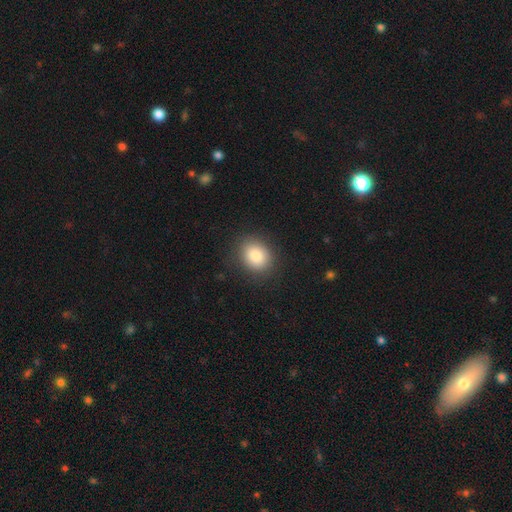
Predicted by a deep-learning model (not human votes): smooth_or_featured: smooth (p=0.84) [alt: star or artifact p=0.09]
how_rounded: round (p=0.57) [alt: in between p=0.43]
merging: none (p=0.86) [alt: minor disturbance p=0.10]